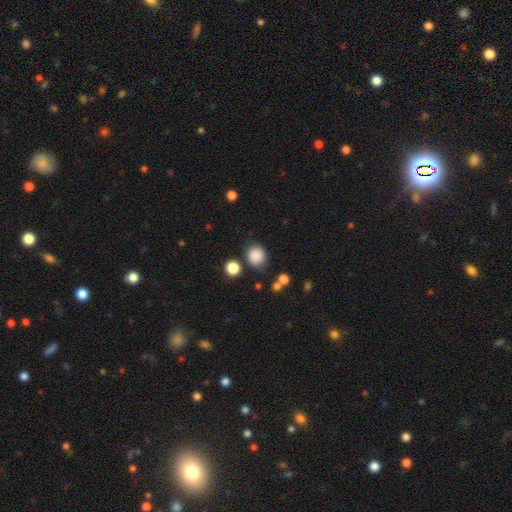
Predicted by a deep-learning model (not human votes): Smooth or featured?
  - smooth: 86% *
  - star or artifact: 10%
  - featured or disk: 4%
How rounded?
  - round: 75% *
  - in between: 24%
  - cigar-shaped: 1%
Merging?
  - none: 77% *
  - minor disturbance: 13%
  - merger: 6%
  - major disturbance: 4%